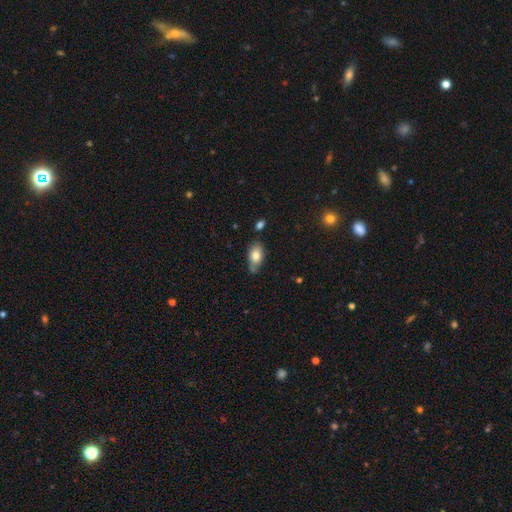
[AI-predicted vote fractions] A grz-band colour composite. It shows a smooth galaxy with no disk features (79%) that is in between round and cigar-shaped (89%). Merging: none (63%).